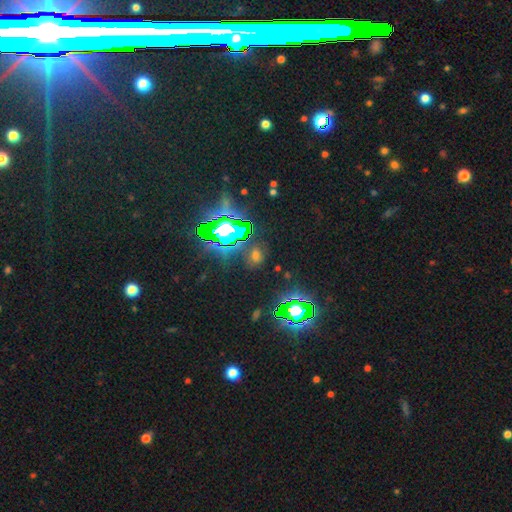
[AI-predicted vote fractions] Q: Smooth or featured?
A: star or artifact (57%); runner-up: smooth (34%)